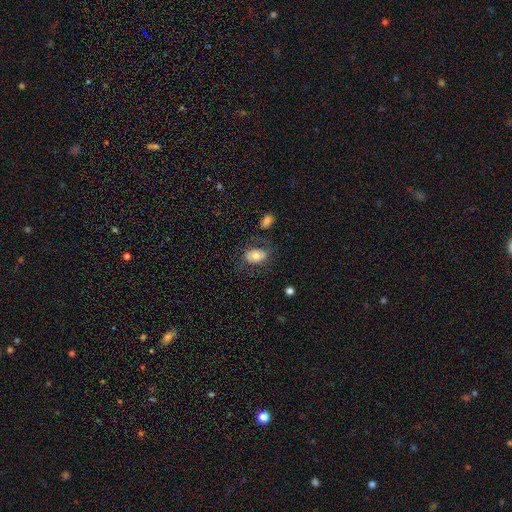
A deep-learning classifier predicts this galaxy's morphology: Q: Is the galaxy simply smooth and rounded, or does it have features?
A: smooth — 68%.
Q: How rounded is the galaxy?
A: in between — 82%.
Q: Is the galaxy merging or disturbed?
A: none — 66%.